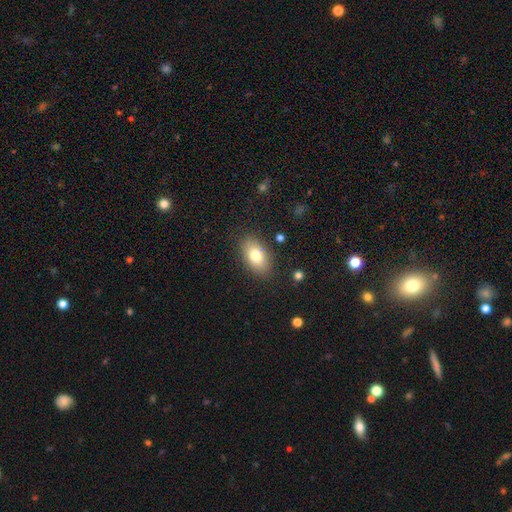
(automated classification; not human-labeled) smooth-or-featured: smooth: 76% | featured or disk: 16% | star or artifact: 8%
  how-rounded: in between: 90% | round: 7% | cigar-shaped: 2%
  merging: none: 86% | minor disturbance: 10% | major disturbance: 3% | merger: 1%